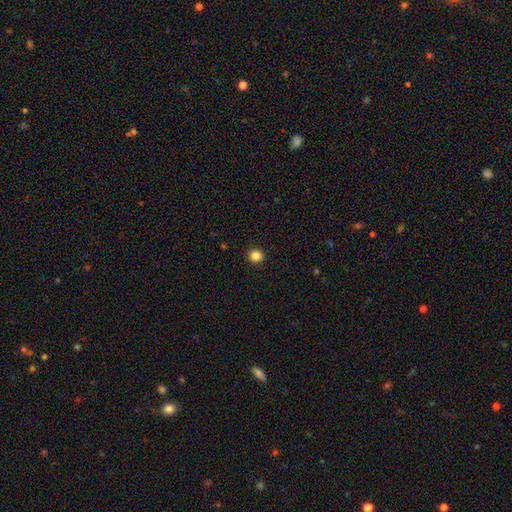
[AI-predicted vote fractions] smooth 84%, star or artifact 12%, featured or disk 4%. Down the decision tree: how rounded — round (88%); merging — none (93%).